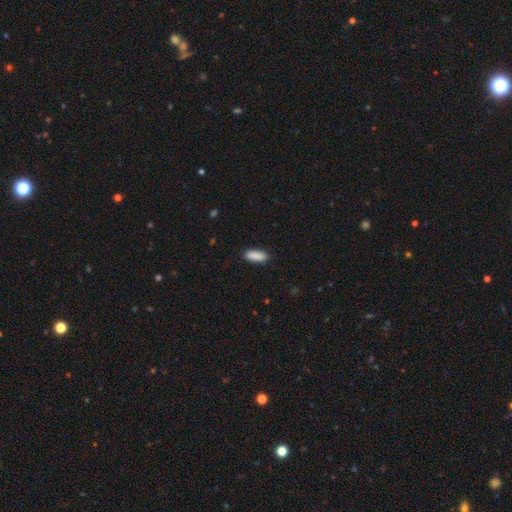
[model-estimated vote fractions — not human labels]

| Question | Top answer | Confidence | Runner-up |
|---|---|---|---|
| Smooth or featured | smooth | 90% | star or artifact (6%) |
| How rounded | in between | 72% | cigar-shaped (27%) |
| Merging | none | 87% | minor disturbance (10%) |